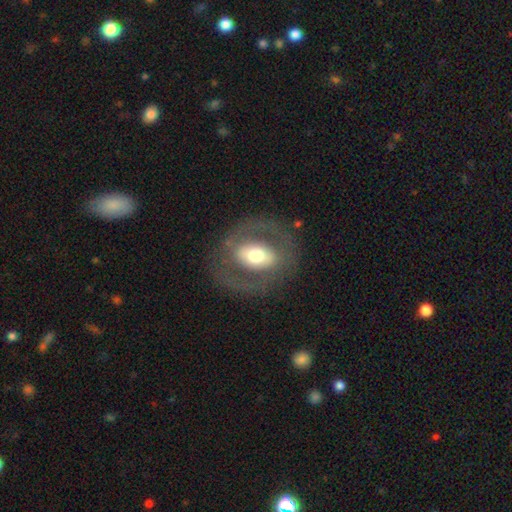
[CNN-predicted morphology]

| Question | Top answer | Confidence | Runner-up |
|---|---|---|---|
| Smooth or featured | featured or disk | 61% | smooth (33%) |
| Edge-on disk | no | 92% | yes (8%) |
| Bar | no | 39% | strong (34%) |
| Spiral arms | no | 65% | yes (35%) |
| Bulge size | moderate | 58% | large (27%) |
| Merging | none | 75% | minor disturbance (12%) |